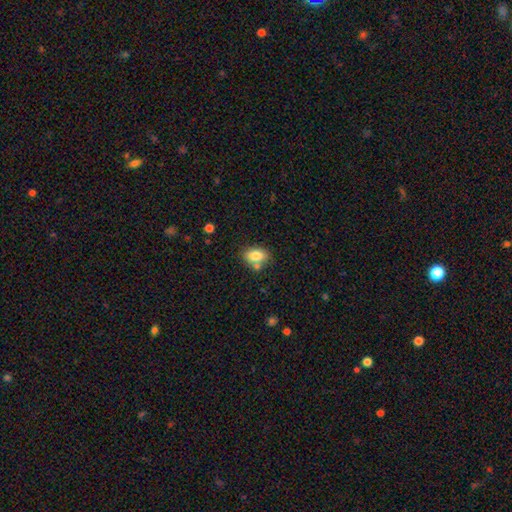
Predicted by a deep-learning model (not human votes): The model was most divided on "merging": none: 66%, merger: 15%, minor disturbance: 15%, major disturbance: 4%. More confident: how rounded — in between (84%); smooth or featured — smooth (83%).